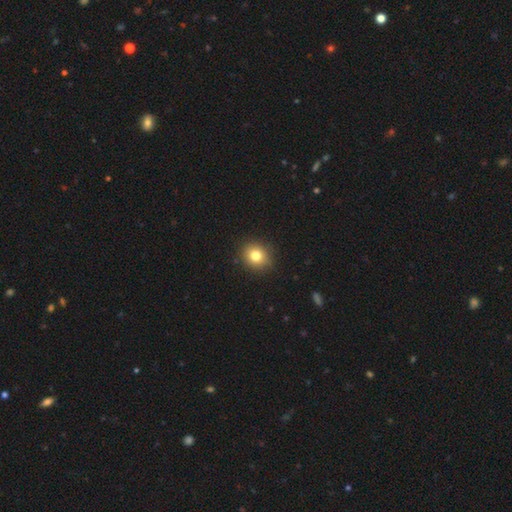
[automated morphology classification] type=smooth (80%); roundness=round (82%); merging=none (90%).